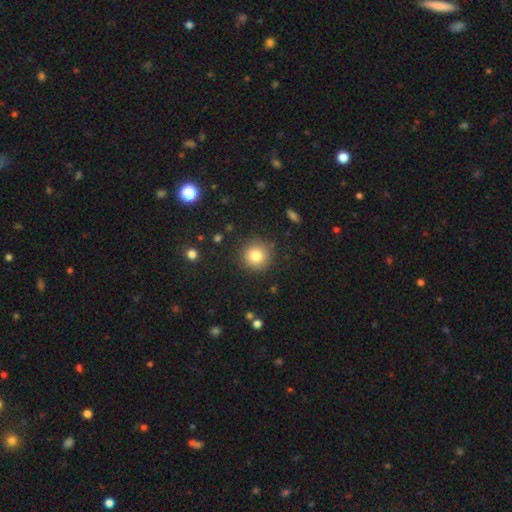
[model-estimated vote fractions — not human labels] smooth_or_featured: smooth (p=0.81) [alt: star or artifact p=0.11]
how_rounded: round (p=0.94) [alt: in between p=0.05]
merging: none (p=0.88) [alt: minor disturbance p=0.08]